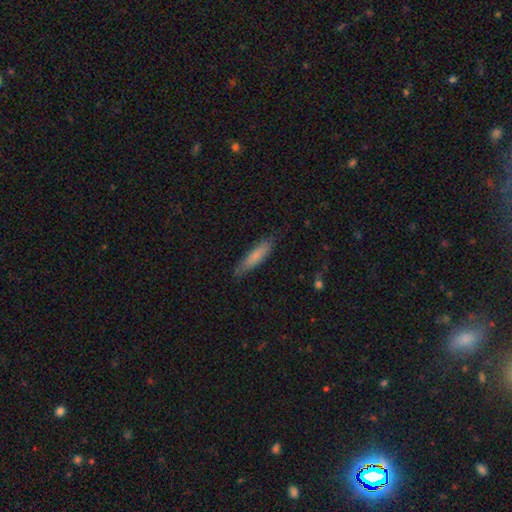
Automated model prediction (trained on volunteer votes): A smooth galaxy with no disk features (77%) that is cigar-shaped (81%).

Vote fractions:
- Smooth or featured? smooth: 77% / featured or disk: 17% / star or artifact: 6%
- How rounded? cigar-shaped: 81% / in between: 18% / round: 1%
- Merging? none: 80% / minor disturbance: 16% / major disturbance: 3% / merger: 1%